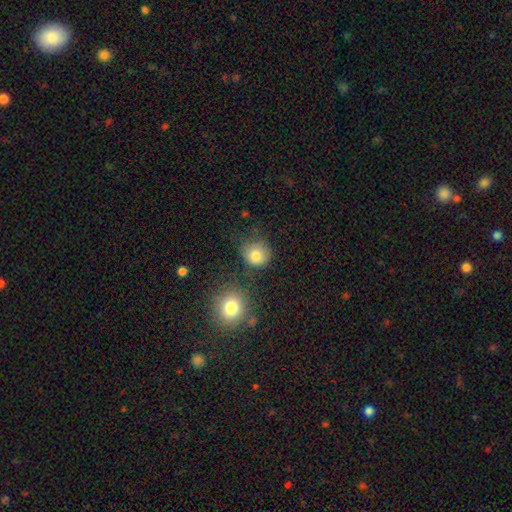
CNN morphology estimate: smooth-or-featured: smooth: 81% | star or artifact: 11% | featured or disk: 8%
  how-rounded: round: 84% | in between: 15% | cigar-shaped: 1%
  merging: none: 68% | minor disturbance: 18% | merger: 7% | major disturbance: 7%